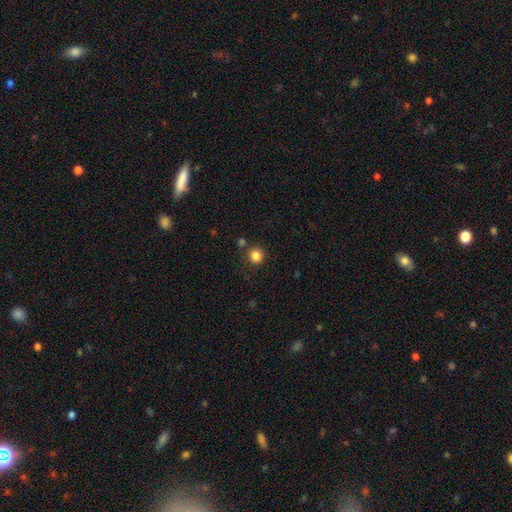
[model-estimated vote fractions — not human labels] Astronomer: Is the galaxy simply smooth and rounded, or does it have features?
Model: smooth — 84%.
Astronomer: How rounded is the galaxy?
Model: round — 89%.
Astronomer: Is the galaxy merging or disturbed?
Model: none — 83%.